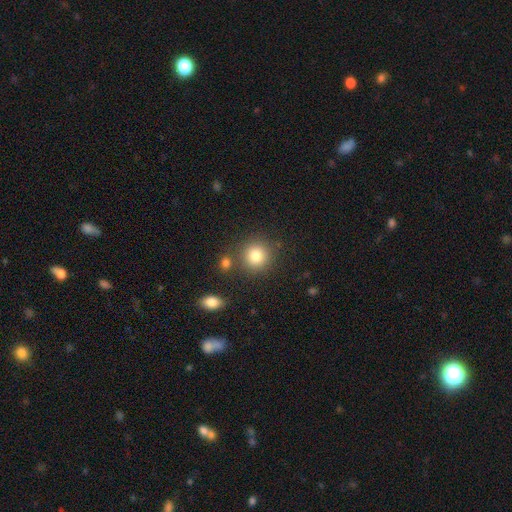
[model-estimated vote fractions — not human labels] Smooth or featured? smooth (82%)
How rounded? round (90%)
Merging? none (78%)